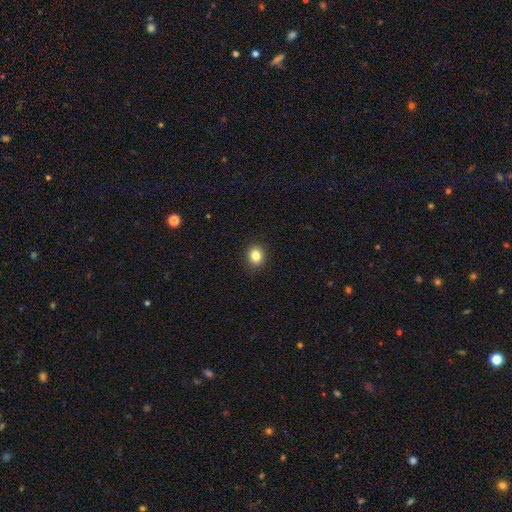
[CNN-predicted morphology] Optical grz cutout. It shows a smooth galaxy with no disk features (84%) that is round (70%). Merging: none (90%).